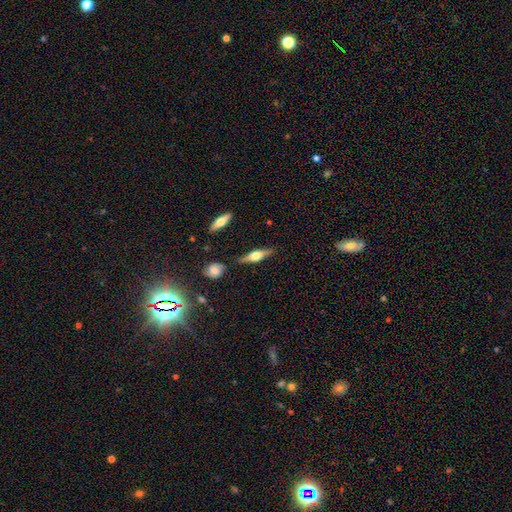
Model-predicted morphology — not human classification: Smooth or featured: featured or disk — 59% (smooth — 35%)
Edge-on disk: yes — 94% (no — 6%)
Edge-on bulge: rounded — 89% (boxy — 8%)
Merging: none — 81% (minor disturbance — 12%)